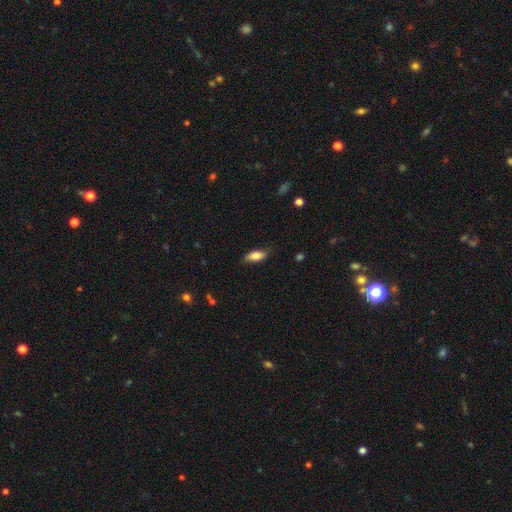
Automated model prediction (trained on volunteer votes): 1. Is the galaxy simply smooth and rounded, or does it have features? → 80% smooth, 13% featured or disk, 7% star or artifact.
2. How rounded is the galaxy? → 80% in between, 17% cigar-shaped, 3% round.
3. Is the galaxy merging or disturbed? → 79% none, 17% minor disturbance, 3% major disturbance, 1% merger.